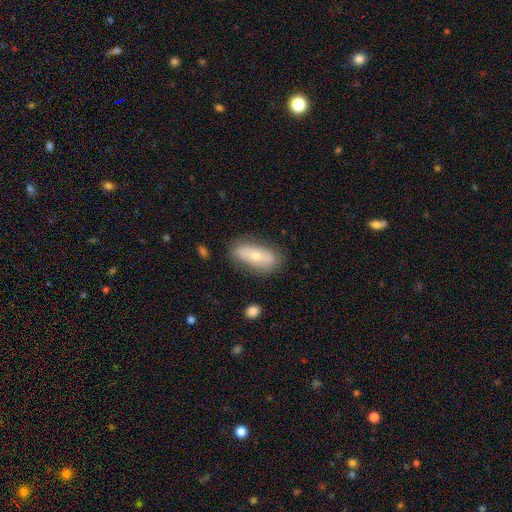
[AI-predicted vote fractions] Q: Smooth or featured?
A: smooth (58%); runner-up: featured or disk (36%)
Q: How rounded?
A: in between (81%); runner-up: cigar-shaped (16%)
Q: Merging?
A: none (78%); runner-up: minor disturbance (16%)